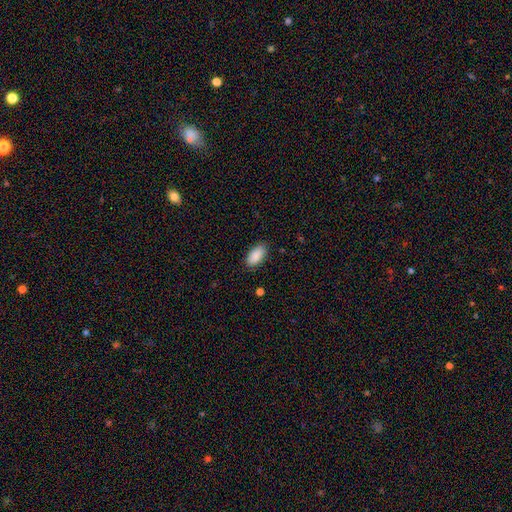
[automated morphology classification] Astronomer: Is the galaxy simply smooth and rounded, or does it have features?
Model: smooth — 90%.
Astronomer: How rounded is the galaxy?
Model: in between — 93%.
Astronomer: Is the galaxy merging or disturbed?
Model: none — 86%.